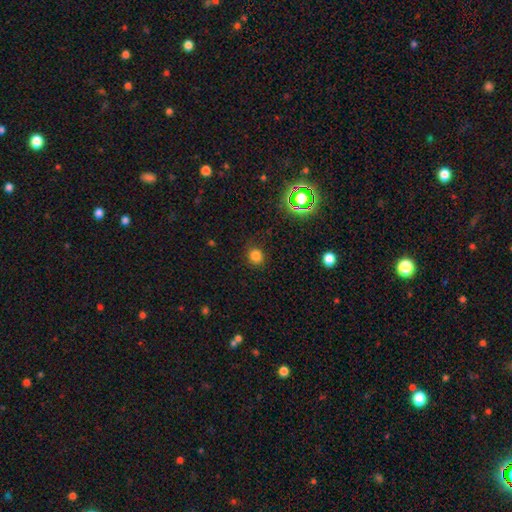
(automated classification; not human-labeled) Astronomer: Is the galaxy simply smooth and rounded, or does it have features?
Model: smooth — 79%.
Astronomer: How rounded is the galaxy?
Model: round — 84%.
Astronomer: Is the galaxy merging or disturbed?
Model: none — 87%.